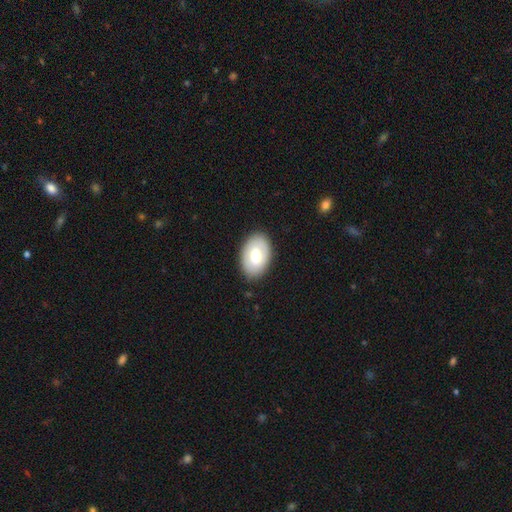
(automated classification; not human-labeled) A smooth galaxy with no disk features (68%) that is in between round and cigar-shaped (86%). Merging: none (87%).